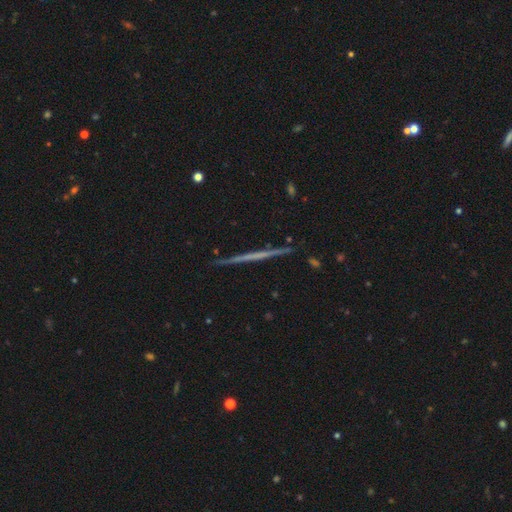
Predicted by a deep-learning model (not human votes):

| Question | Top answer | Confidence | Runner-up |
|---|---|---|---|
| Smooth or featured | featured or disk | 65% | smooth (28%) |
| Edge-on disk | yes | 98% | no (2%) |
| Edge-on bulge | none | 85% | rounded (11%) |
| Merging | none | 91% | minor disturbance (6%) |